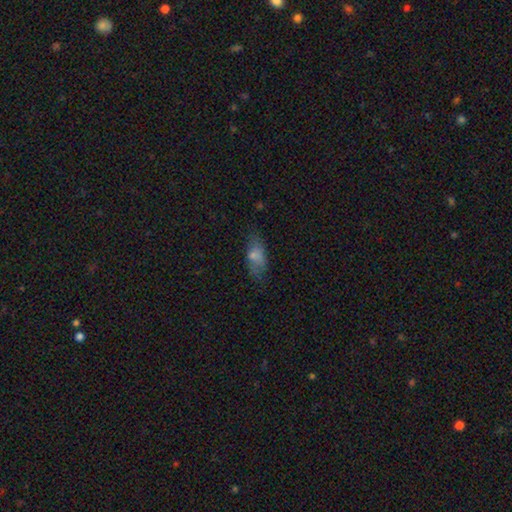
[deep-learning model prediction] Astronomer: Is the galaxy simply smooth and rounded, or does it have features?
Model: smooth — 73%.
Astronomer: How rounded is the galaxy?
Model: in between — 82%.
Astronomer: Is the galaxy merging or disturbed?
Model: none — 61%.